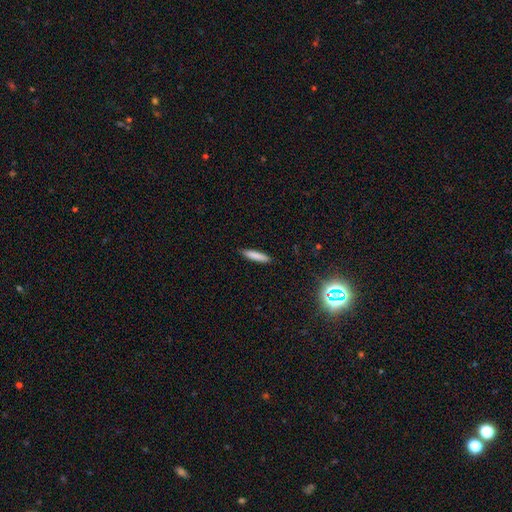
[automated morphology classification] Overall: smooth (83%). How rounded: cigar-shaped (88%). Merging: none (89%).